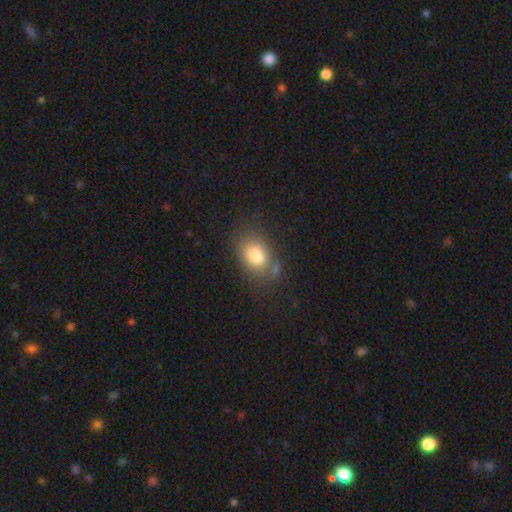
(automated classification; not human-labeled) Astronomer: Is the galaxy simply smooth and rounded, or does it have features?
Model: smooth — 80%.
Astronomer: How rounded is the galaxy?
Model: in between — 76%.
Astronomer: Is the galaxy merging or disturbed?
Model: none — 64%.